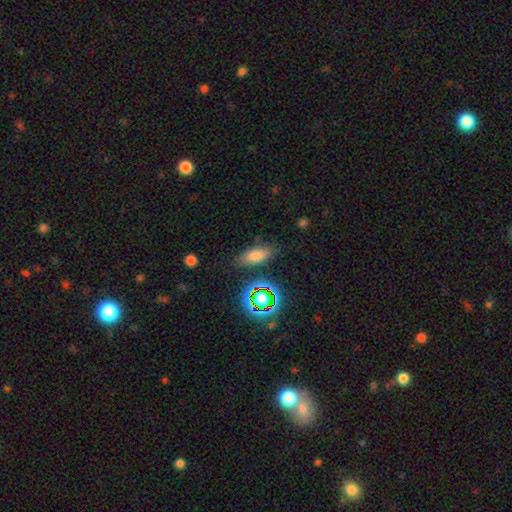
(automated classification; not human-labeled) Smooth or featured? smooth (72%)
How rounded? in between (77%)
Merging? none (81%)